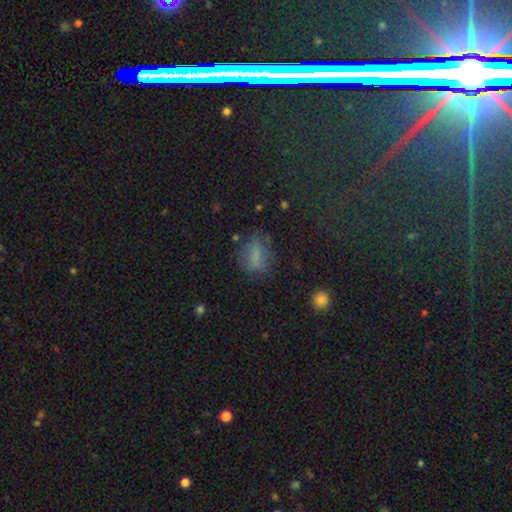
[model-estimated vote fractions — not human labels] smooth_or_featured: smooth (p=0.67) [alt: star or artifact p=0.18]
how_rounded: in between (p=0.73) [alt: round p=0.21]
merging: none (p=0.62) [alt: minor disturbance p=0.22]